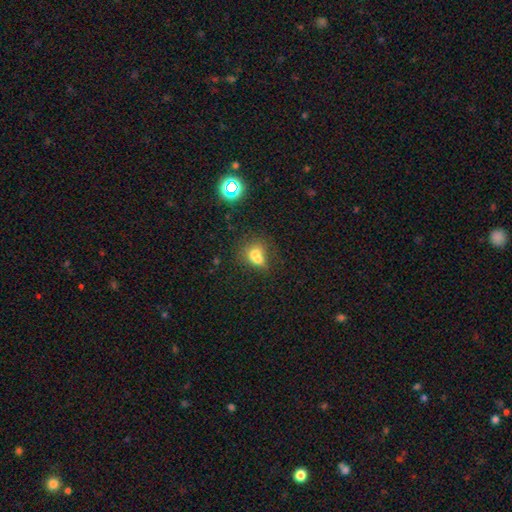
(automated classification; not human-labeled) This is likely a smooth galaxy (68%). How rounded: possibly in between (56%). Merging: possibly merger (50%).